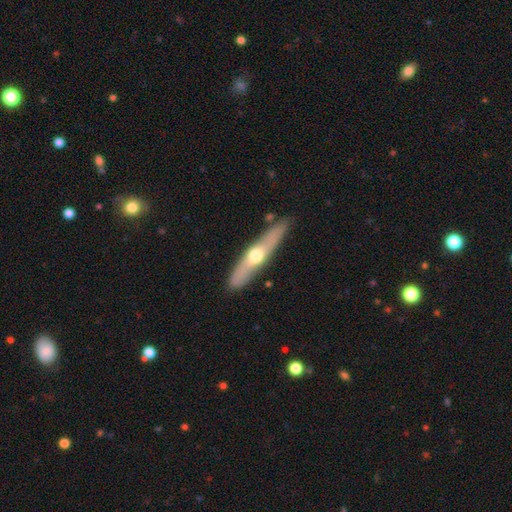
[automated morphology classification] Smooth or featured: featured or disk — 55% (smooth — 40%)
Edge-on disk: yes — 85% (no — 15%)
Merging: none — 85% (minor disturbance — 11%)